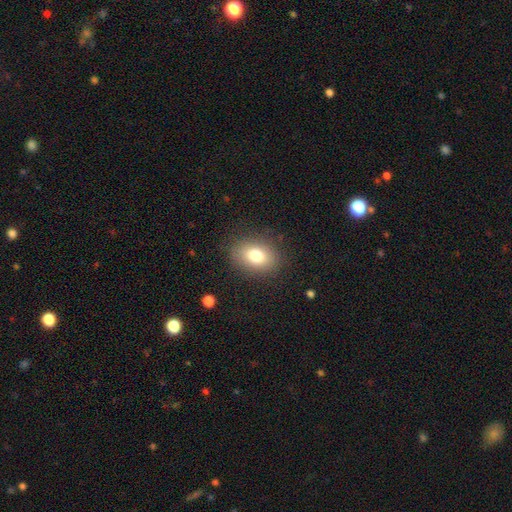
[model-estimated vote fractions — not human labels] smooth_or_featured: smooth (p=0.78) [alt: featured or disk p=0.12]
how_rounded: in between (p=0.74) [alt: round p=0.25]
merging: none (p=0.85) [alt: minor disturbance p=0.10]